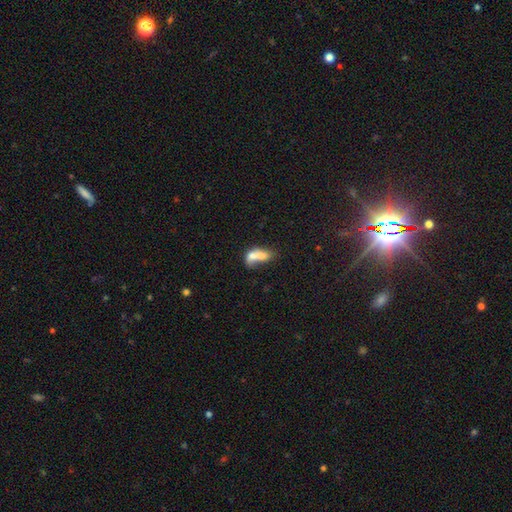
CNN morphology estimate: type=smooth (64%); roundness=in between (74%); merging=merger (58%).